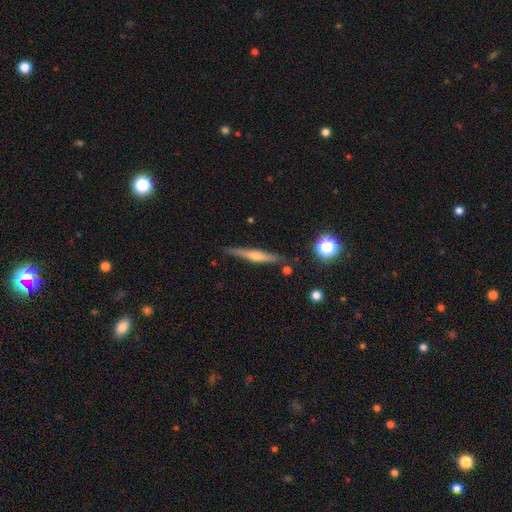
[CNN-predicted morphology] smooth_or_featured: featured or disk (p=0.60) [alt: smooth p=0.33]
disk_edge_on: yes (p=0.97) [alt: no p=0.03]
edge_on_bulge: rounded (p=0.81) [alt: none p=0.12]
merging: none (p=0.85) [alt: minor disturbance p=0.10]